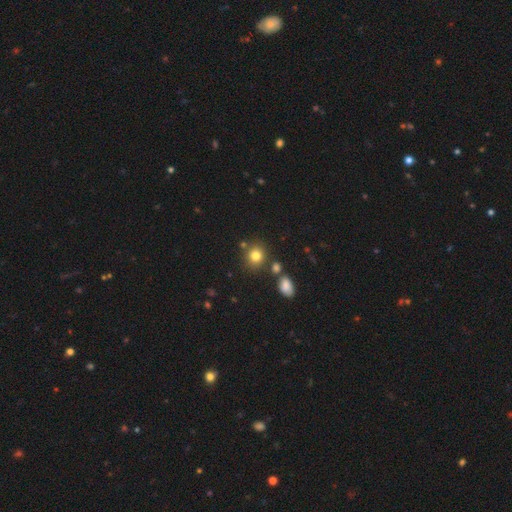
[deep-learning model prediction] Smooth or featured? Predicted: smooth (p=0.80). How rounded? Predicted: round (p=0.82). Merging? Predicted: none (p=0.77).